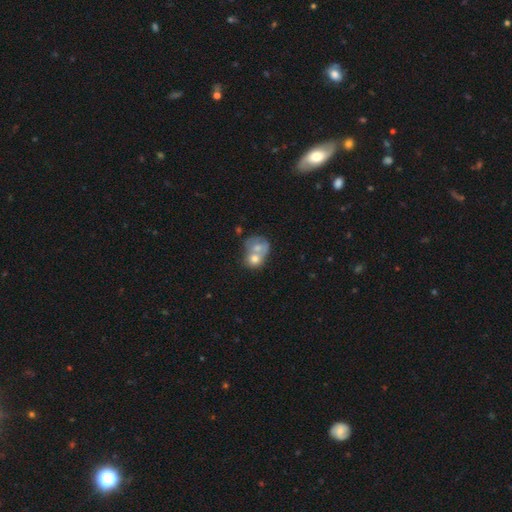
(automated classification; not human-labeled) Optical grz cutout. It shows a smooth galaxy with no disk features (63%) that is round (62%). Merging: merger (71%).